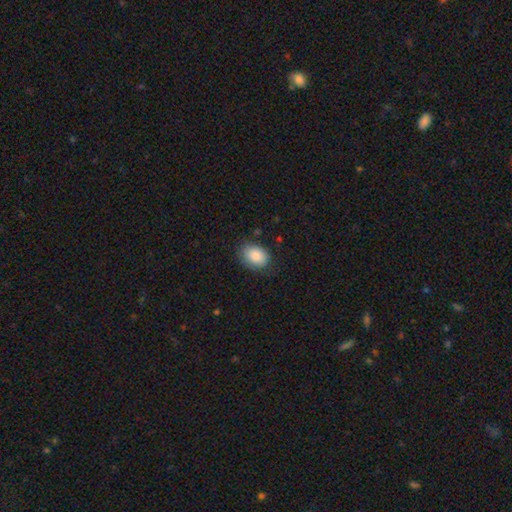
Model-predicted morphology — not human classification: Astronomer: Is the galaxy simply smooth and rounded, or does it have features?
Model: smooth — 87%.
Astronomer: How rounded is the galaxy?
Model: in between — 73%.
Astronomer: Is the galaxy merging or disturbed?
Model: none — 76%.